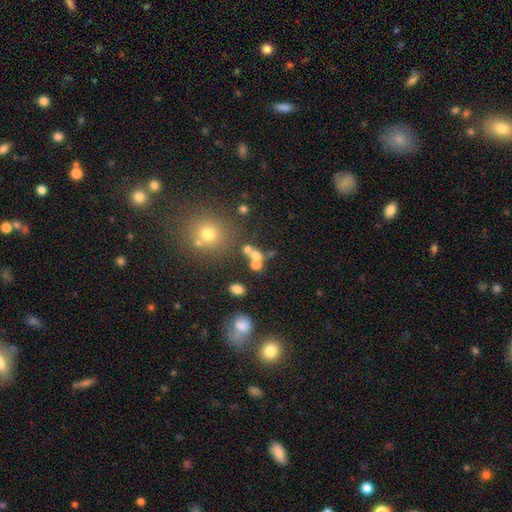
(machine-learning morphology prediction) Smooth or featured?
  - smooth: 61% *
  - star or artifact: 20%
  - featured or disk: 19%
How rounded?
  - round: 60% *
  - in between: 37%
  - cigar-shaped: 3%
Merging?
  - merger: 46% *
  - none: 36%
  - minor disturbance: 10%
  - major disturbance: 8%